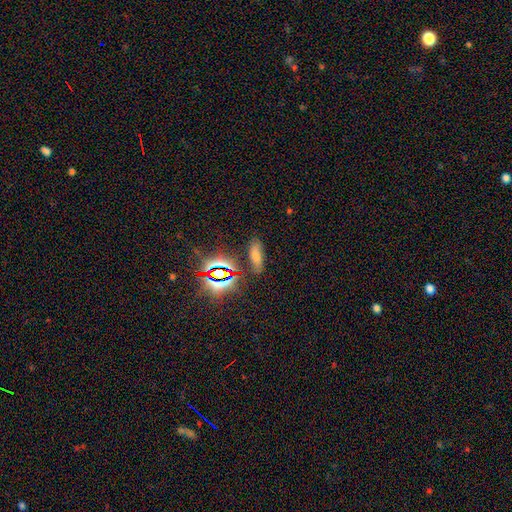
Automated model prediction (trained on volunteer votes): Smooth or featured?
  - smooth: 61% *
  - star or artifact: 27%
  - featured or disk: 12%
How rounded?
  - in between: 62% *
  - cigar-shaped: 33%
  - round: 5%
Merging?
  - none: 77% *
  - minor disturbance: 15%
  - major disturbance: 5%
  - merger: 3%